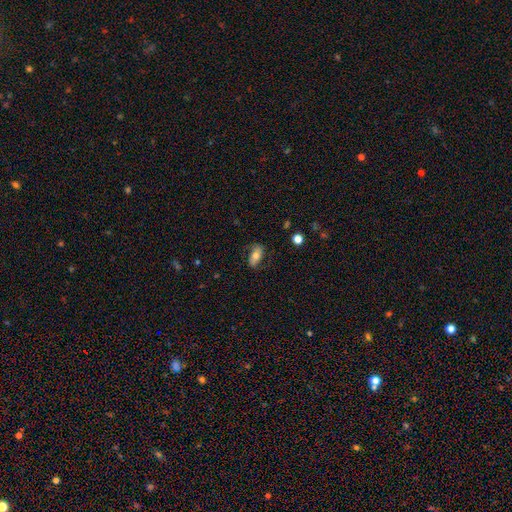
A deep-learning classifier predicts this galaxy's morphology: The model was most divided on "smooth or featured": smooth: 53%, featured or disk: 39%, star or artifact: 8%. More confident: how rounded — in between (87%); merging — none (68%).